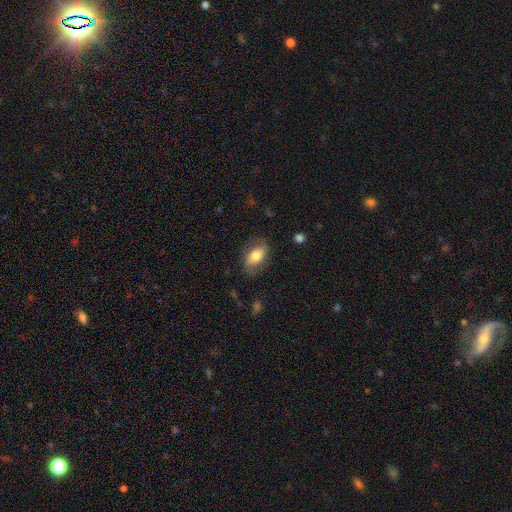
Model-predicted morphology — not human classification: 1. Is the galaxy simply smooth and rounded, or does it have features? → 66% smooth, 27% featured or disk, 7% star or artifact.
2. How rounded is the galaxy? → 90% in between, 7% round, 3% cigar-shaped.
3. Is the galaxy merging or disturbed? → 75% none, 17% minor disturbance, 7% major disturbance, 1% merger.